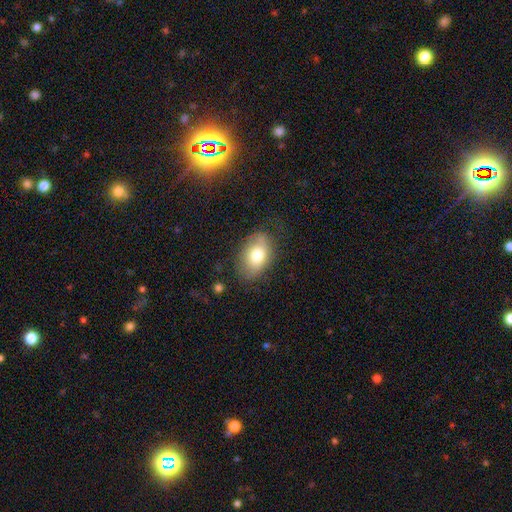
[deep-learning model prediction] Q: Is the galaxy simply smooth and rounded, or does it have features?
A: smooth — 64%.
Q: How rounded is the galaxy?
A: in between — 88%.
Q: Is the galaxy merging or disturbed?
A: none — 78%.